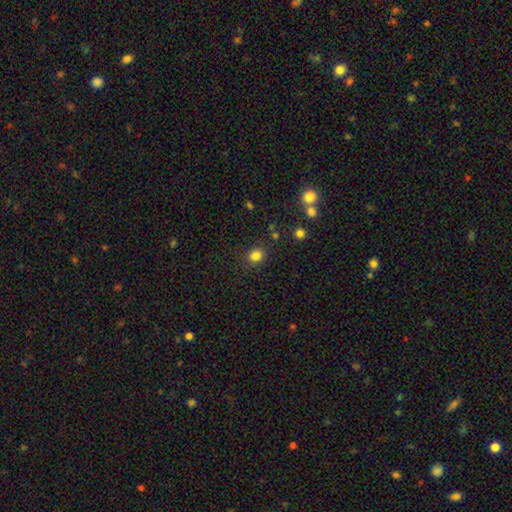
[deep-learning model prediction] The model was most divided on "how rounded": round: 70%, in between: 29%, cigar-shaped: 1%. More confident: merging — none (82%); smooth or featured — smooth (82%).